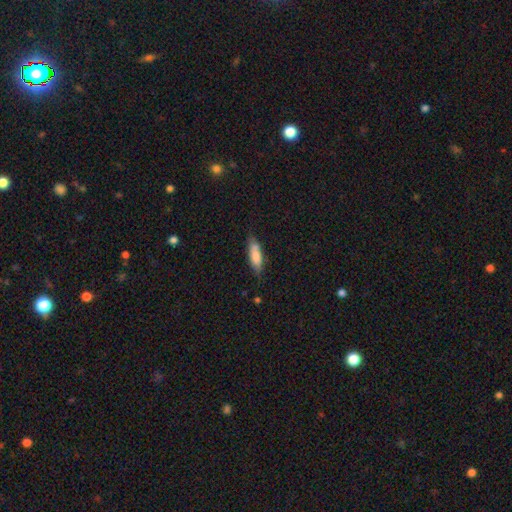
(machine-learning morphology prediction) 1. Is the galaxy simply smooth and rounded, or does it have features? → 74% smooth, 20% featured or disk, 6% star or artifact.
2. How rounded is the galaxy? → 51% in between, 47% cigar-shaped, 2% round.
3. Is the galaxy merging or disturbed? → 68% none, 23% minor disturbance, 5% major disturbance, 4% merger.